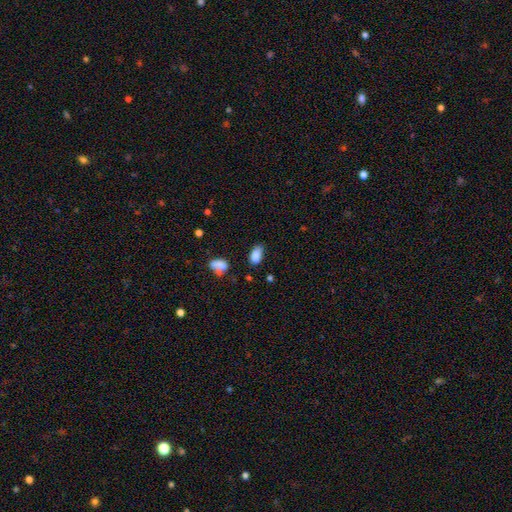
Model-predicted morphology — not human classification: The model was most divided on "merging": none: 62%, minor disturbance: 27%, major disturbance: 6%, merger: 4%. More confident: how rounded — in between (91%); smooth or featured — smooth (85%).